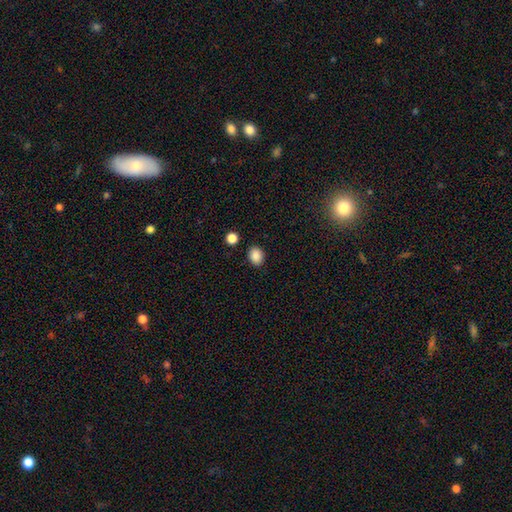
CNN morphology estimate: Q: Smooth or featured?
A: smooth (87%); runner-up: star or artifact (9%)
Q: How rounded?
A: in between (55%); runner-up: round (44%)
Q: Merging?
A: none (87%); runner-up: minor disturbance (8%)